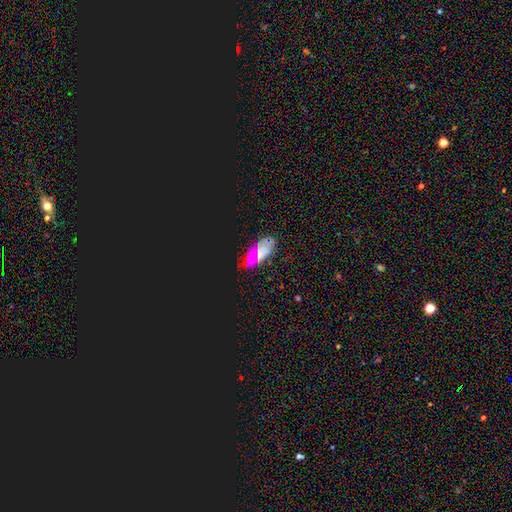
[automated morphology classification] smooth-or-featured: star or artifact: 43% | smooth: 40% | featured or disk: 17%